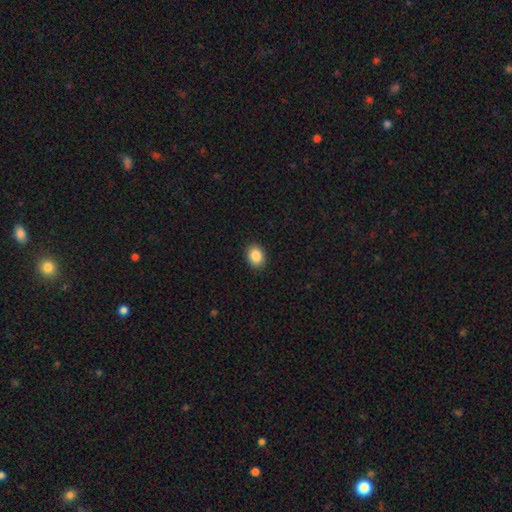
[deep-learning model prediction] Overall: smooth (88%). How rounded: in between (59%; round 40%). Merging: none (90%).